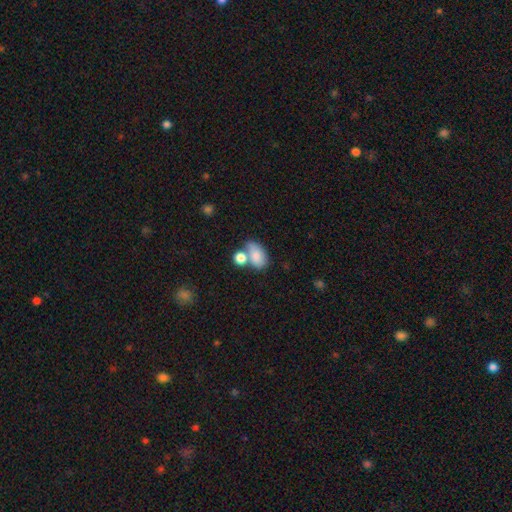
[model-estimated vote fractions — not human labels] Overall: smooth (81%). How rounded: in between (85%). Merging: merger (41%; none 37%).